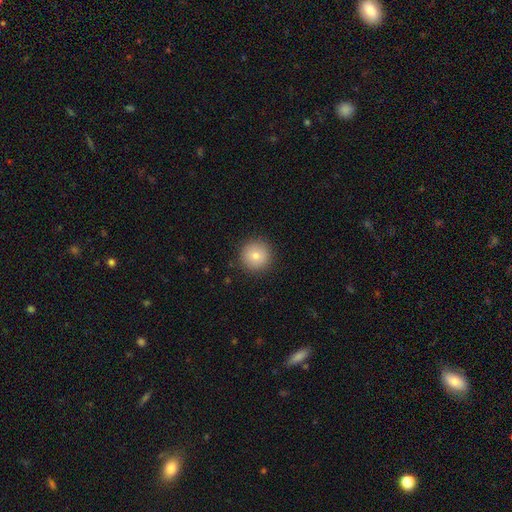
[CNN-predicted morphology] This appears to be a smooth galaxy with no disk features (79%) that is round (95%). Merging: none (90%).